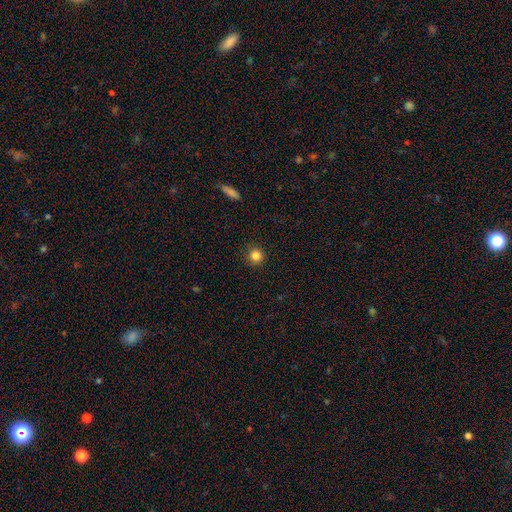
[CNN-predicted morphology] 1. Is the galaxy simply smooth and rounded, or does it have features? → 84% smooth, 12% star or artifact, 4% featured or disk.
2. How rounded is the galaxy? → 95% round, 4% in between, 1% cigar-shaped.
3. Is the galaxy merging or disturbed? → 92% none, 6% minor disturbance, 2% major disturbance, 1% merger.